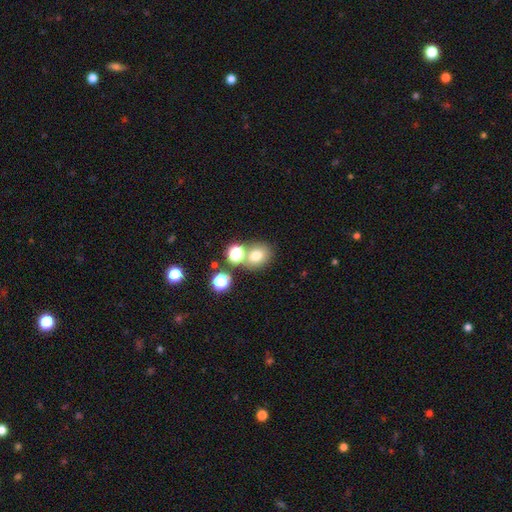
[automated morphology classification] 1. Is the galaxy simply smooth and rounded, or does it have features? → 71% smooth, 18% star or artifact, 11% featured or disk.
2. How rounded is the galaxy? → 64% round, 35% in between, 1% cigar-shaped.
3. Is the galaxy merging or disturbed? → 61% none, 24% merger, 10% minor disturbance, 4% major disturbance.